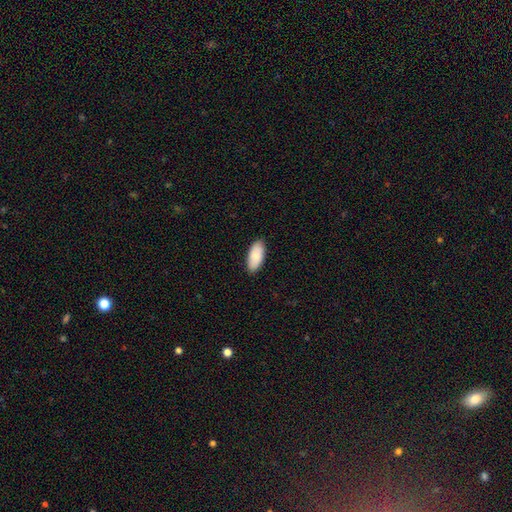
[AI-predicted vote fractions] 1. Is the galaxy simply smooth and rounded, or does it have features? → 84% smooth, 11% featured or disk, 6% star or artifact.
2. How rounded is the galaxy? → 91% in between, 7% cigar-shaped, 2% round.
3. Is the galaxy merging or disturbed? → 87% none, 11% minor disturbance, 2% major disturbance, 1% merger.